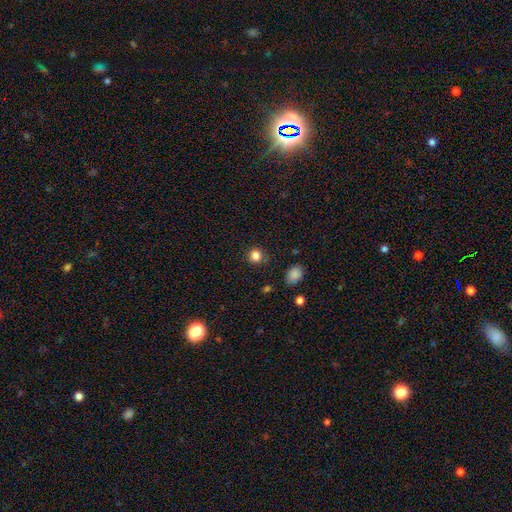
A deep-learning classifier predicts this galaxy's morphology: This is clearly a smooth galaxy (83%). How rounded: clearly round (88%). Merging: clearly none (85%).